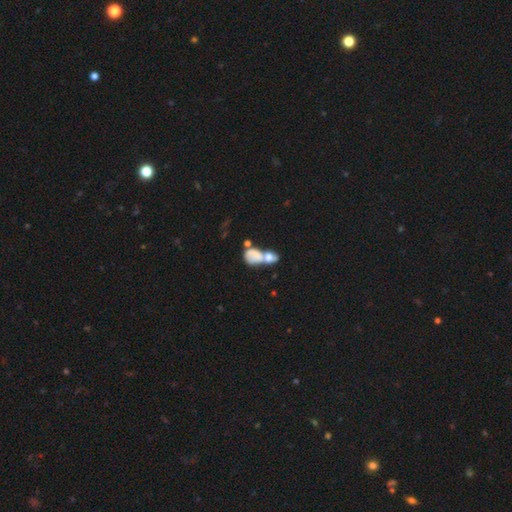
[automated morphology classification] smooth 61%, featured or disk 28%, star or artifact 11%. Down the decision tree: how rounded — in between (69%); merging — merger (65%).